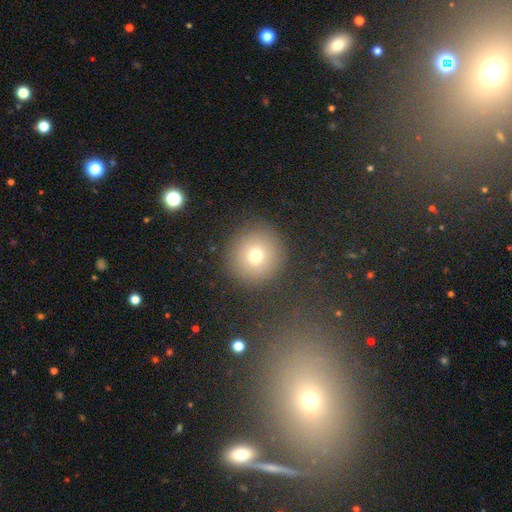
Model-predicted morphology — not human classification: Overall: smooth (70%). How rounded: round (94%). Merging: none (87%).